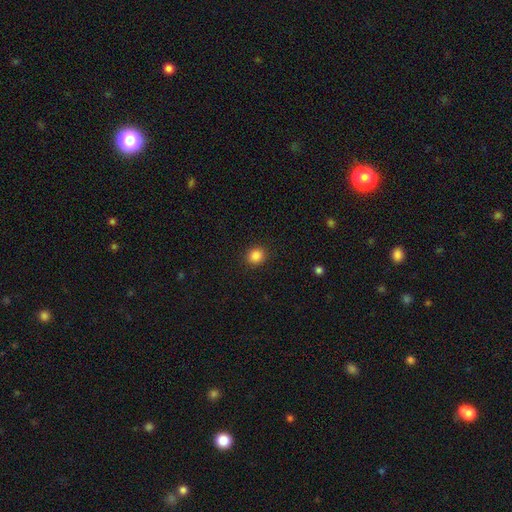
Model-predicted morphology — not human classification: Q: Smooth or featured?
A: smooth (86%); runner-up: star or artifact (10%)
Q: How rounded?
A: round (82%); runner-up: in between (17%)
Q: Merging?
A: none (91%); runner-up: minor disturbance (6%)